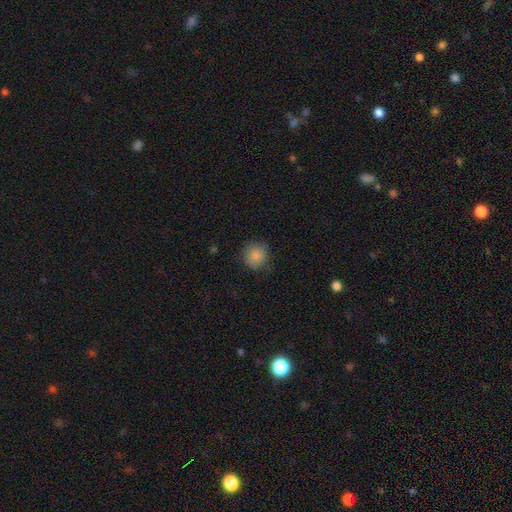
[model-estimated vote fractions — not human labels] smooth-or-featured: smooth: 87% | star or artifact: 9% | featured or disk: 4%
  how-rounded: round: 90% | in between: 9% | cigar-shaped: 1%
  merging: none: 80% | minor disturbance: 15% | major disturbance: 4% | merger: 1%